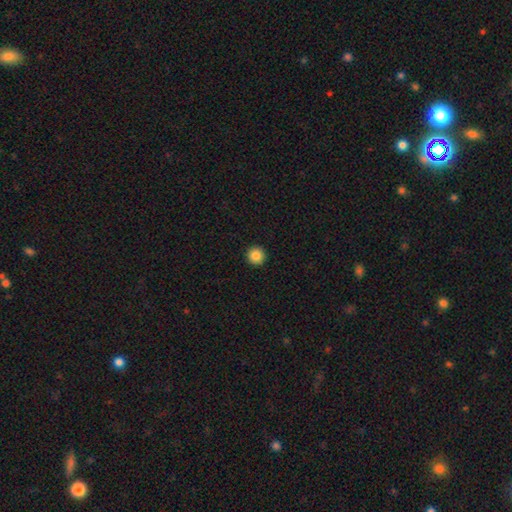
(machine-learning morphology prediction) This is clearly a smooth galaxy (86%). How rounded: clearly round (96%). Merging: clearly none (94%).